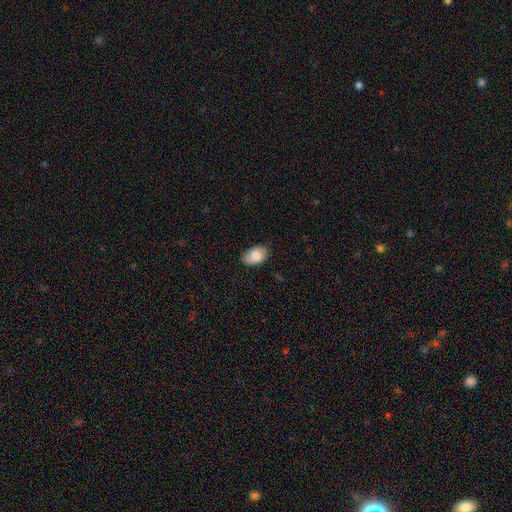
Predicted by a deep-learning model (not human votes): Smooth or featured? smooth (86%)
How rounded? in between (91%)
Merging? none (76%)